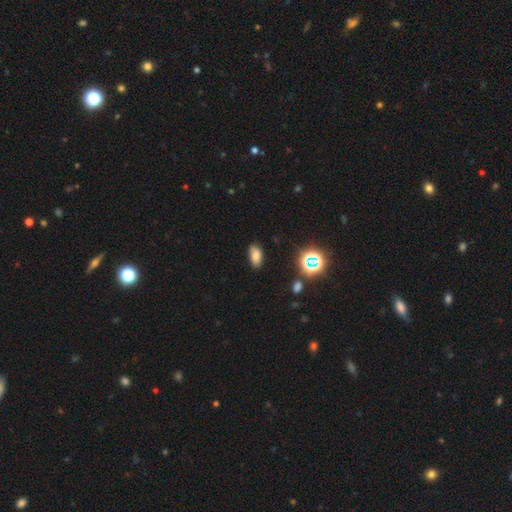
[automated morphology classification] smooth 77%, star or artifact 15%, featured or disk 7%. Down the decision tree: how rounded — in between (91%); merging — none (84%).